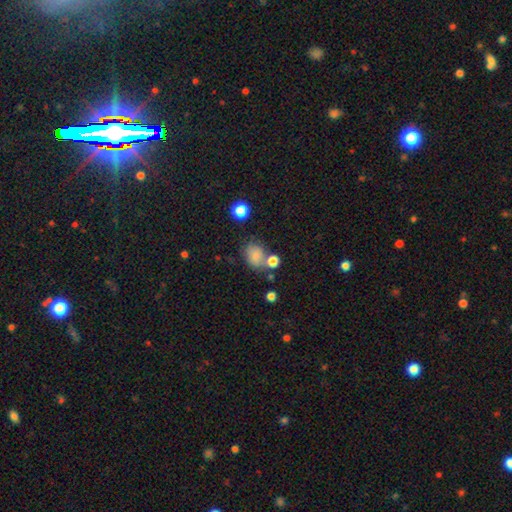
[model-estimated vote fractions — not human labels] The model was most divided on "how rounded": in between: 54%, round: 45%, cigar-shaped: 1%. More confident: smooth or featured — smooth (78%); merging — none (56%).